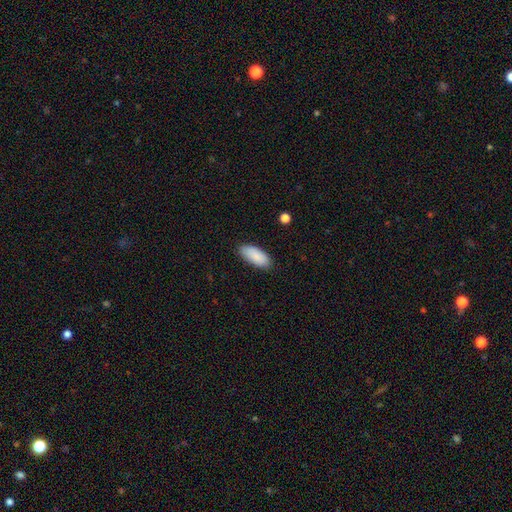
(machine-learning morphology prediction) A smooth galaxy with no disk features (89%) that is in between round and cigar-shaped (88%). Merging: none (85%).